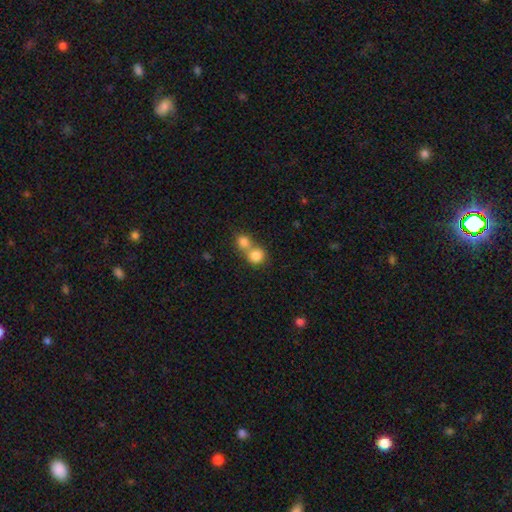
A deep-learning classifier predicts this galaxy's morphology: This appears to be a smooth galaxy with no disk features (81%) that is round (86%). Merging: merger (55%).